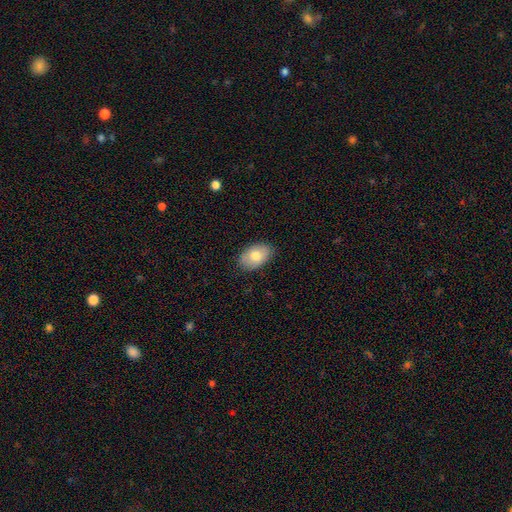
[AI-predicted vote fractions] Smooth or featured: smooth — 76% (featured or disk — 18%)
How rounded: in between — 88% (round — 10%)
Merging: none — 84% (minor disturbance — 13%)